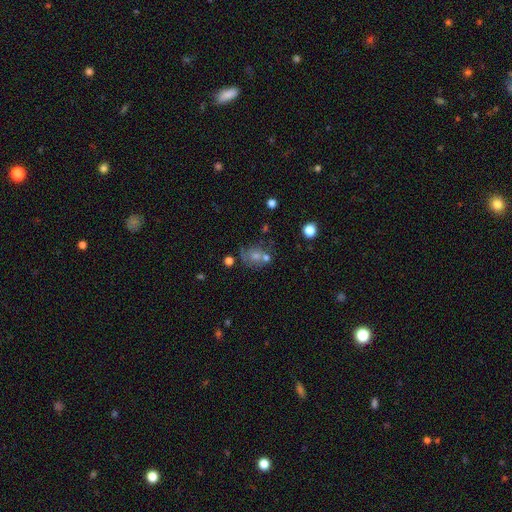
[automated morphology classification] smooth_or_featured: smooth (p=0.43) [alt: featured or disk p=0.32]
merging: none (p=0.54) [alt: merger p=0.20]